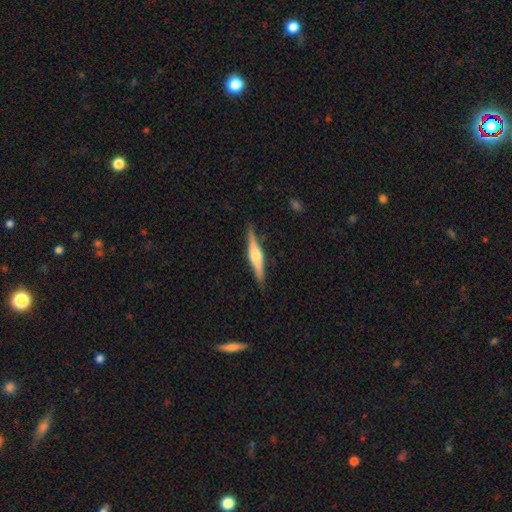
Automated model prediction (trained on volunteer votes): This is likely a featured or disk galaxy (72%). It is clearly viewed edge-on (98%). Edge-on bulge: clearly rounded (88%). Merging: clearly none (89%).